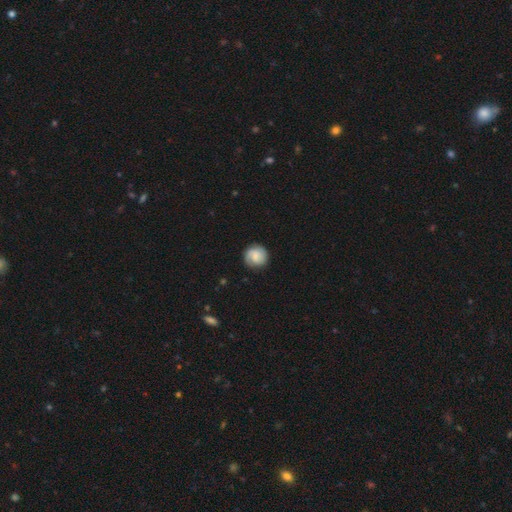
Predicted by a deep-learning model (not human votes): This appears to be a smooth galaxy with no disk features (54%) that is round (89%). Merging: none (83%).